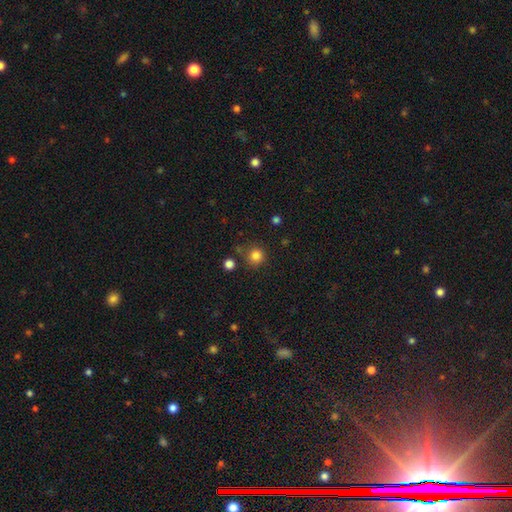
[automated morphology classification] Smooth or featured? smooth (83%)
How rounded? round (93%)
Merging? none (79%)